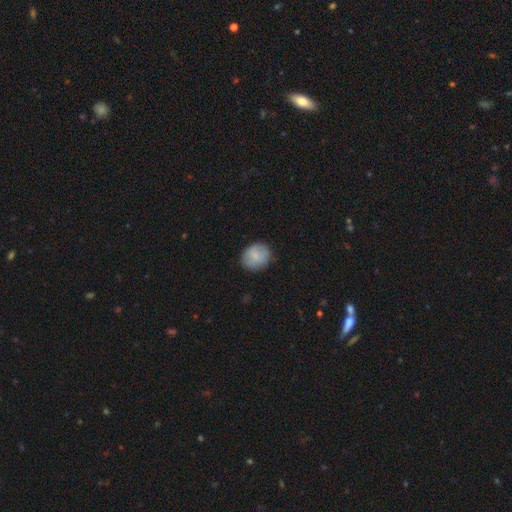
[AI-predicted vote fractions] Q: Smooth or featured?
A: smooth (79%); runner-up: featured or disk (14%)
Q: How rounded?
A: round (66%); runner-up: in between (33%)
Q: Merging?
A: none (82%); runner-up: minor disturbance (14%)